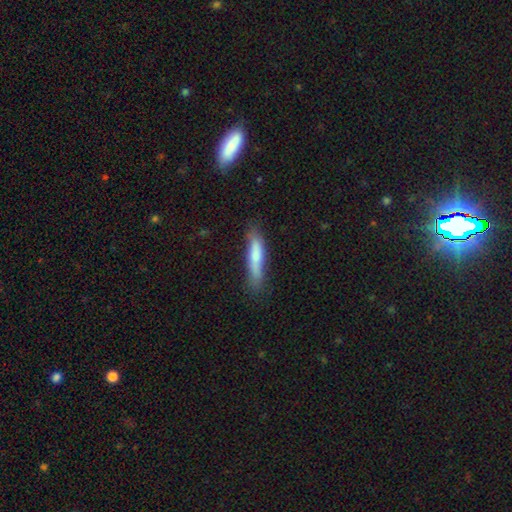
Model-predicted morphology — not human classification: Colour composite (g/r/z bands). It shows a smooth galaxy with no disk features (72%) that is cigar-shaped (84%). Merging: none (73%).